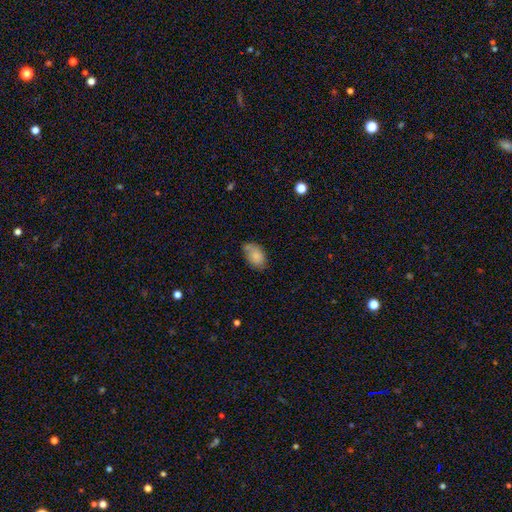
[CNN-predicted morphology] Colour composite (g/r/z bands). It shows a smooth galaxy with no disk features (83%) that is in between round and cigar-shaped (90%). Merging: none (64%).